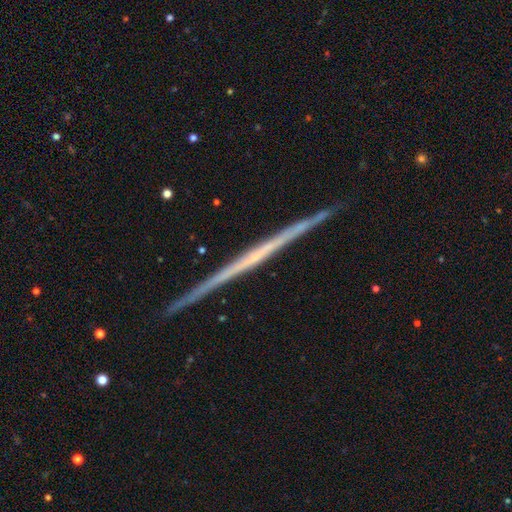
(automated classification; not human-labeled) A featured or disk galaxy (76%) viewed edge-on (98%) with no central bulge (88%).

Vote fractions:
- Smooth or featured? featured or disk: 76% / smooth: 18% / star or artifact: 6%
- Edge-on disk? yes: 98% / no: 2%
- Edge-on bulge? none: 88% / rounded: 8% / boxy: 4%
- Merging? none: 92% / minor disturbance: 6% / major disturbance: 1% / merger: 1%